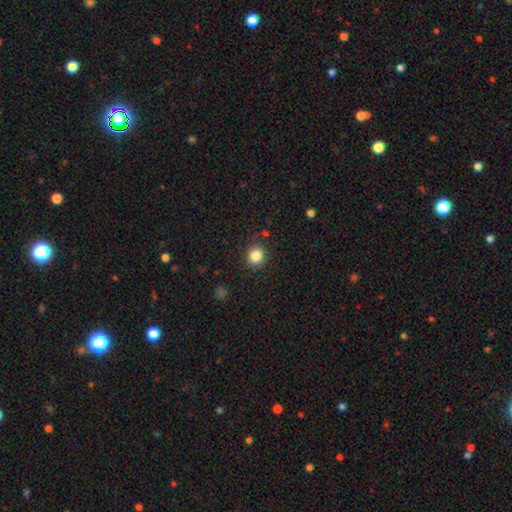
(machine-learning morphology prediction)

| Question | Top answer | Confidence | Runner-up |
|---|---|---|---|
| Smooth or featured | smooth | 85% | star or artifact (11%) |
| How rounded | round | 86% | in between (13%) |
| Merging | none | 87% | minor disturbance (9%) |